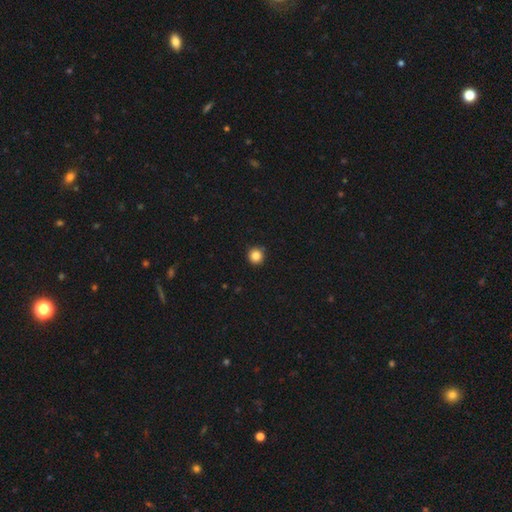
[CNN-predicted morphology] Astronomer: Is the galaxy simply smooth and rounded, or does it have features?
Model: smooth — 85%.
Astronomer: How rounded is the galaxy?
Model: round — 95%.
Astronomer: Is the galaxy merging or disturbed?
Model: none — 92%.